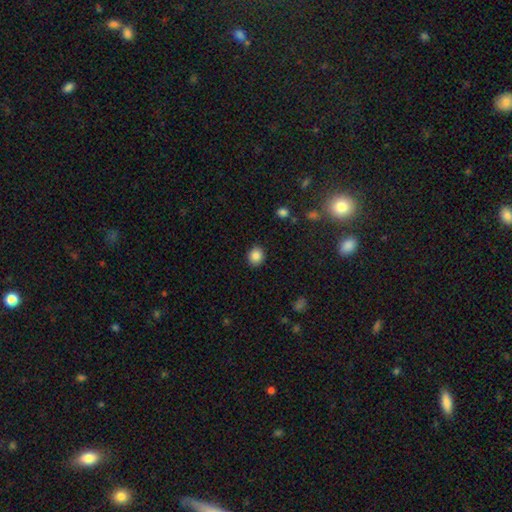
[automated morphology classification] Smooth or featured? smooth (85%)
How rounded? round (81%)
Merging? none (90%)